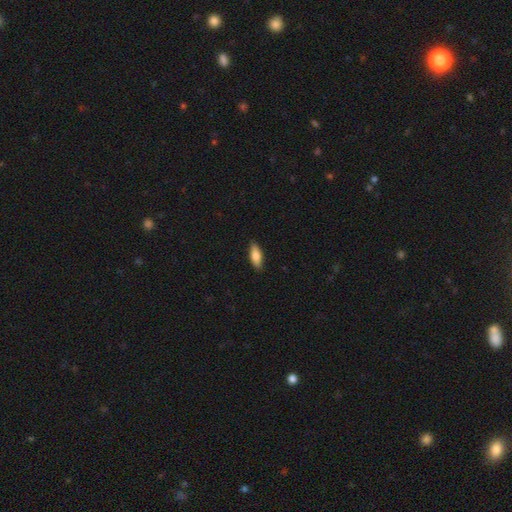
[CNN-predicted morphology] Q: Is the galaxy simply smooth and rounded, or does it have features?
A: smooth — 81%.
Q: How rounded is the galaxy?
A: in between — 70%.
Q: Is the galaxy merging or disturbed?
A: none — 87%.